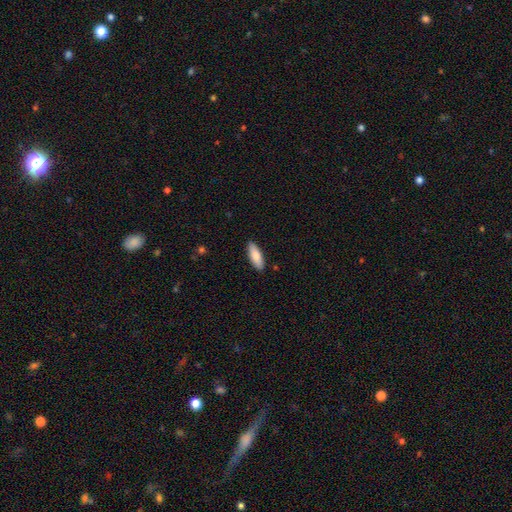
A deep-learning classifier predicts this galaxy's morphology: Smooth or featured?
  - smooth: 83% *
  - featured or disk: 12%
  - star or artifact: 5%
How rounded?
  - in between: 66% *
  - cigar-shaped: 32%
  - round: 2%
Merging?
  - none: 89% *
  - minor disturbance: 8%
  - major disturbance: 2%
  - merger: 1%